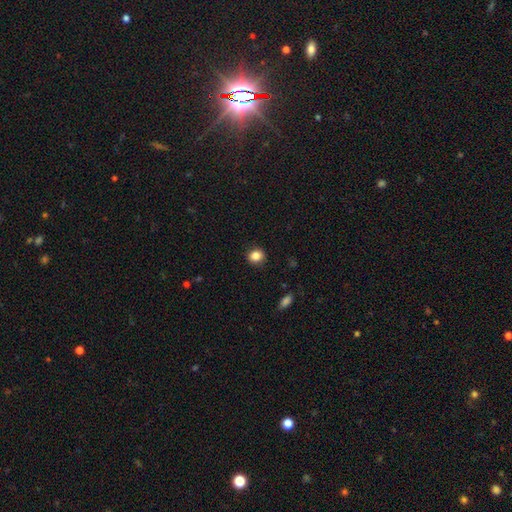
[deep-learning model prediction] This appears to be a smooth galaxy with no disk features (85%) that is round (79%). Merging: none (88%).